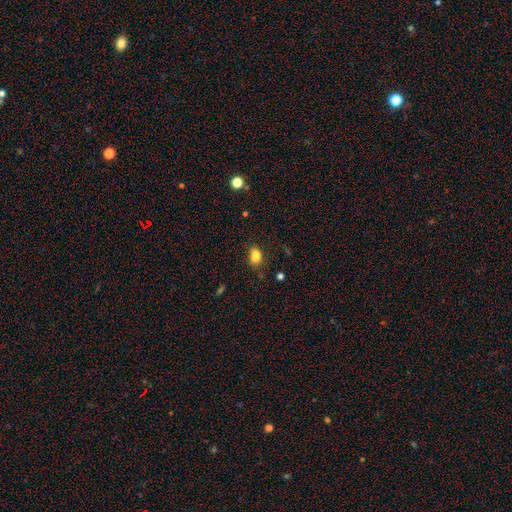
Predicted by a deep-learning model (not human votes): Morphology: type=smooth (82%); roundness=in between (74%); merging=none (66%).